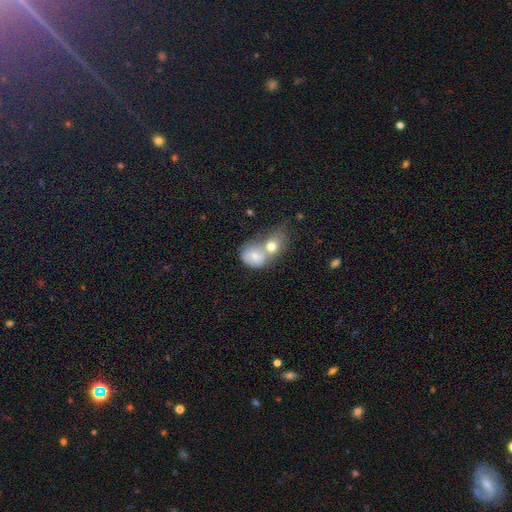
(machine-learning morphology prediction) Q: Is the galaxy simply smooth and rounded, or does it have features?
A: smooth — 71%.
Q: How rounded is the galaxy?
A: round — 60%.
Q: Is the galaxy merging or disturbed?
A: merger — 66%.